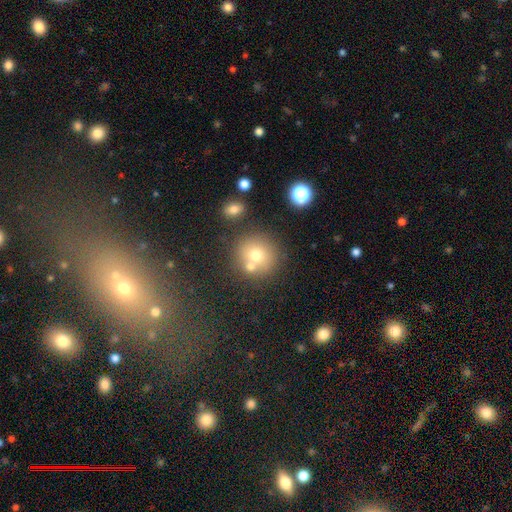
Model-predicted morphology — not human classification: smooth 68%, featured or disk 17%, star or artifact 15%. Down the decision tree: how rounded — round (91%); merging — none (61%).